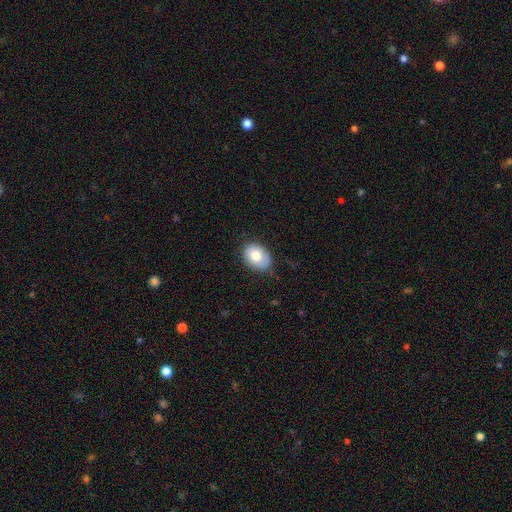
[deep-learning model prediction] Smooth or featured: smooth — 79% (featured or disk — 14%)
How rounded: in between — 75% (round — 24%)
Merging: none — 74% (minor disturbance — 20%)